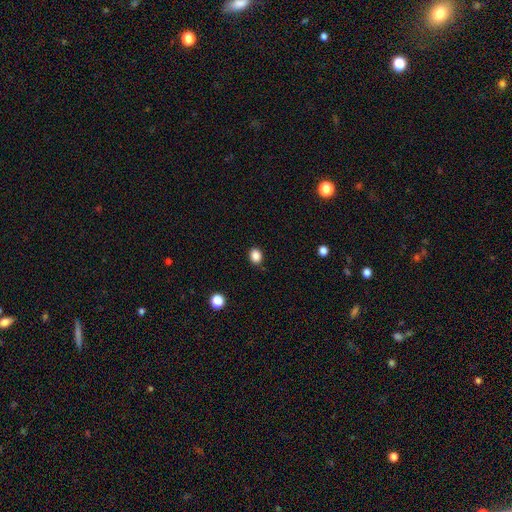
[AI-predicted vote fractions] Q: Smooth or featured?
A: smooth (86%); runner-up: star or artifact (11%)
Q: How rounded?
A: round (59%); runner-up: in between (40%)
Q: Merging?
A: none (88%); runner-up: minor disturbance (8%)